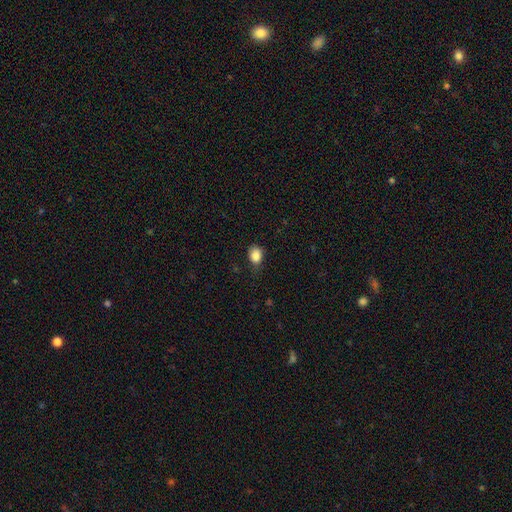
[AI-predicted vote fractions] This is clearly a smooth galaxy (86%). How rounded: possibly in between (57%). Merging: likely none (65%).